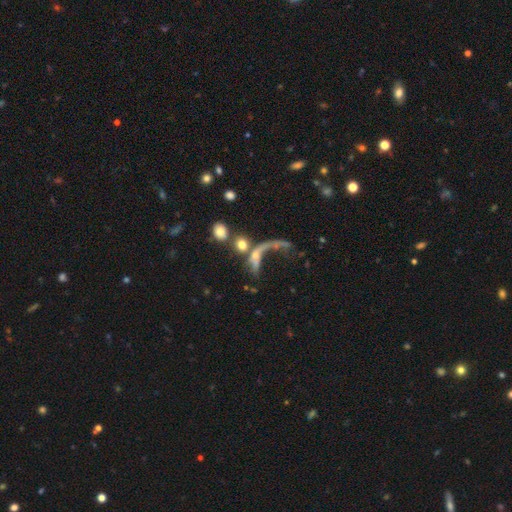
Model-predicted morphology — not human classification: Smooth or featured? Predicted: featured or disk (p=0.52). Edge-on disk? Predicted: no (p=0.86). Merging? Predicted: major disturbance (p=0.39).